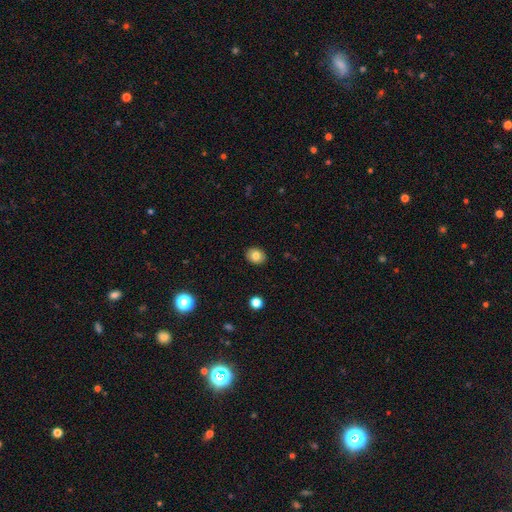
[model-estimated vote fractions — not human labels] smooth 81%, star or artifact 10%, featured or disk 9%. Down the decision tree: how rounded — in between (52%); merging — none (90%).